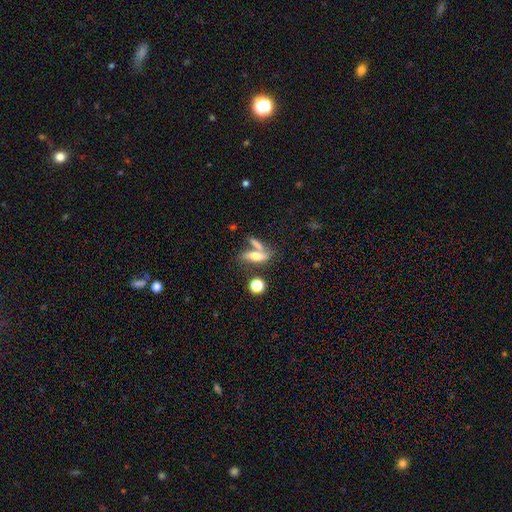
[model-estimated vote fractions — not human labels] Morphology: type=smooth (53%); roundness=cigar-shaped (52%); merging=none (49%).